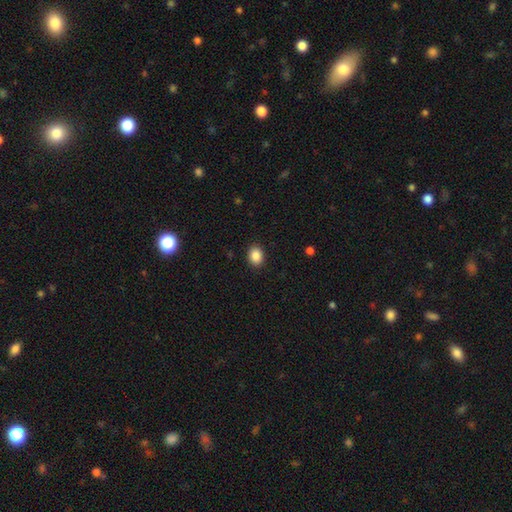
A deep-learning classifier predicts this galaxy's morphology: Smooth or featured?
  - smooth: 88% *
  - star or artifact: 9%
  - featured or disk: 4%
How rounded?
  - in between: 60% *
  - round: 39%
  - cigar-shaped: 1%
Merging?
  - none: 90% *
  - minor disturbance: 7%
  - major disturbance: 2%
  - merger: 1%